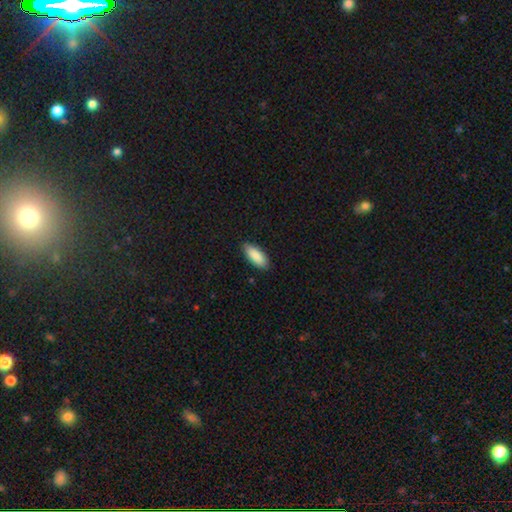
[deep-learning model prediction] Smooth or featured?
  - smooth: 90% *
  - star or artifact: 5%
  - featured or disk: 5%
How rounded?
  - in between: 81% *
  - cigar-shaped: 17%
  - round: 2%
Merging?
  - none: 87% *
  - minor disturbance: 10%
  - major disturbance: 2%
  - merger: 1%